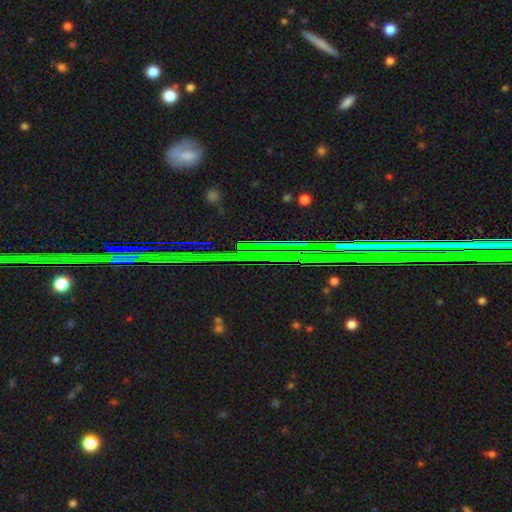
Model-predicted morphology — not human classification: A star or artifact, not a galaxy (81%).

Vote fractions:
- Smooth or featured? star or artifact: 81% / featured or disk: 11% / smooth: 8%